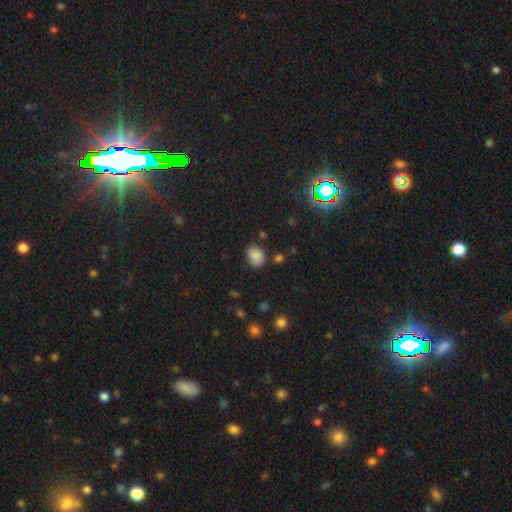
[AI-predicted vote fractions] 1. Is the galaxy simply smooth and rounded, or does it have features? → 83% smooth, 11% star or artifact, 6% featured or disk.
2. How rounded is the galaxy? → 50% in between, 49% round, 1% cigar-shaped.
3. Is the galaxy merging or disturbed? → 77% none, 16% minor disturbance, 3% major disturbance, 3% merger.